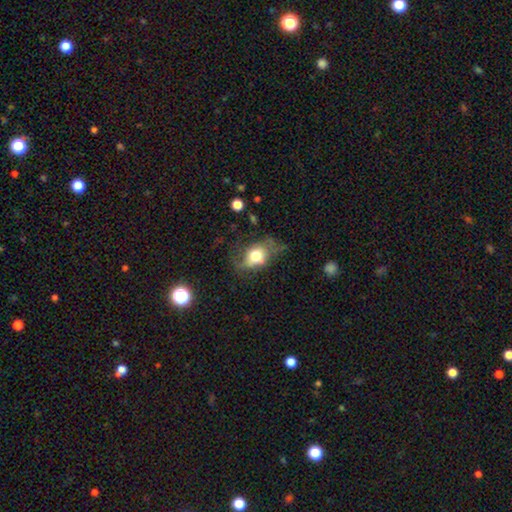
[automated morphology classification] smooth 64%, featured or disk 26%, star or artifact 10%. Down the decision tree: how rounded — in between (64%); merging — none (43%).